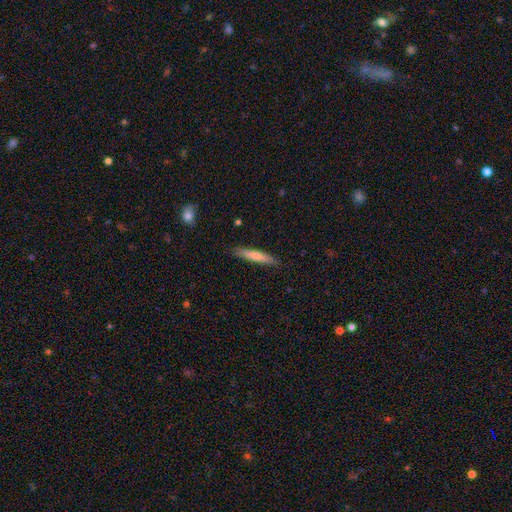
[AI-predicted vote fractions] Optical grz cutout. It shows a smooth galaxy with no disk features (62%) that is cigar-shaped (92%). Merging: none (88%).